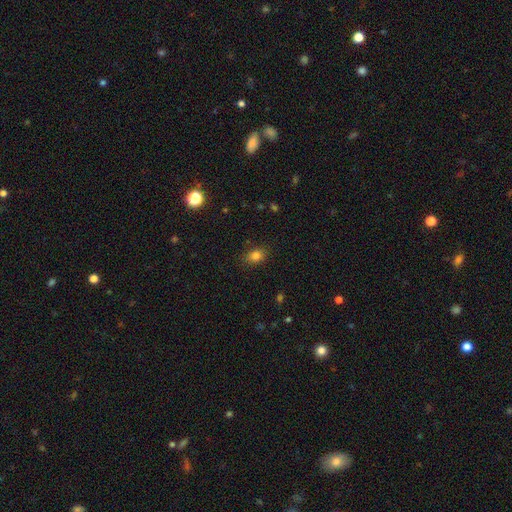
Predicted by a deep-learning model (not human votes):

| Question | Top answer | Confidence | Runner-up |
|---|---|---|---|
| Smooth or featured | smooth | 80% | star or artifact (13%) |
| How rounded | in between | 66% | round (33%) |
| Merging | none | 86% | minor disturbance (10%) |